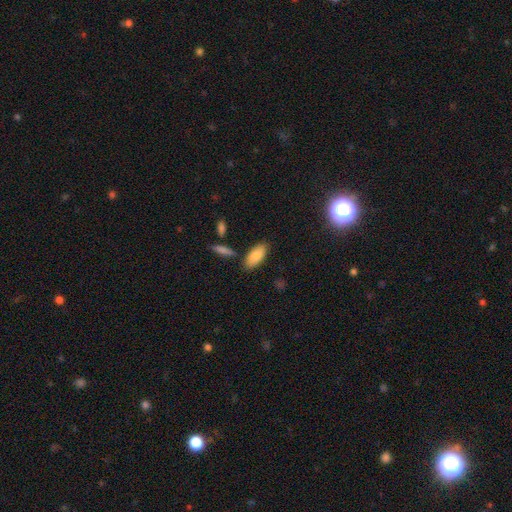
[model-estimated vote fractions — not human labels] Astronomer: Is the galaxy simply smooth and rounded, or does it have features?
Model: smooth — 86%.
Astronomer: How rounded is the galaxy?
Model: in between — 87%.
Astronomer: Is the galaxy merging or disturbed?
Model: none — 80%.